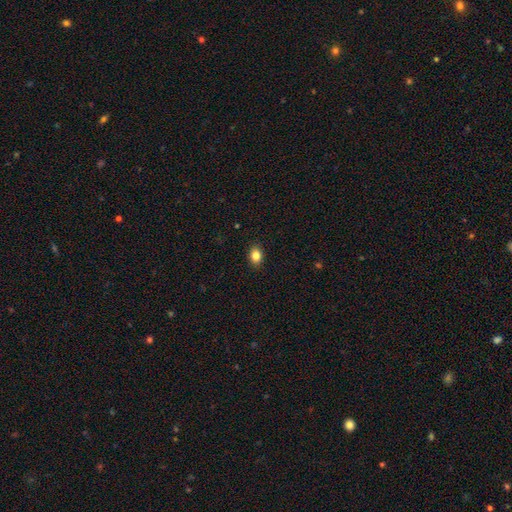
A smooth galaxy with no disk features (79%) that is in between round and cigar-shaped (65%).

Vote fractions:
- Smooth or featured? smooth: 79% / featured or disk: 10% / star or artifact: 10%
- How rounded? in between: 65% / round: 32% / cigar-shaped: 3%
- Merging? none: 97% / minor disturbance: 3% / major disturbance: 0% / merger: 0%